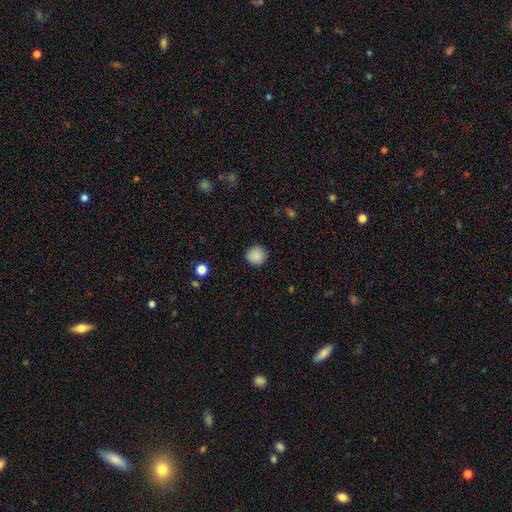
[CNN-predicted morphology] Smooth or featured?
  - smooth: 88% *
  - star or artifact: 9%
  - featured or disk: 3%
How rounded?
  - round: 94% *
  - in between: 5%
  - cigar-shaped: 1%
Merging?
  - none: 90% *
  - minor disturbance: 7%
  - major disturbance: 2%
  - merger: 1%